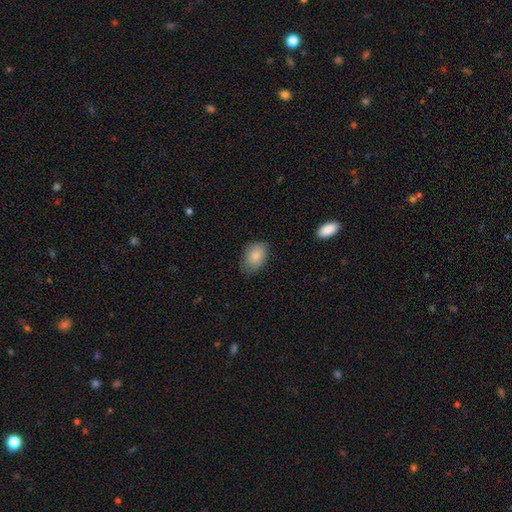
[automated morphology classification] Q: Smooth or featured?
A: smooth (84%); runner-up: featured or disk (9%)
Q: How rounded?
A: in between (84%); runner-up: round (15%)
Q: Merging?
A: none (72%); runner-up: minor disturbance (22%)